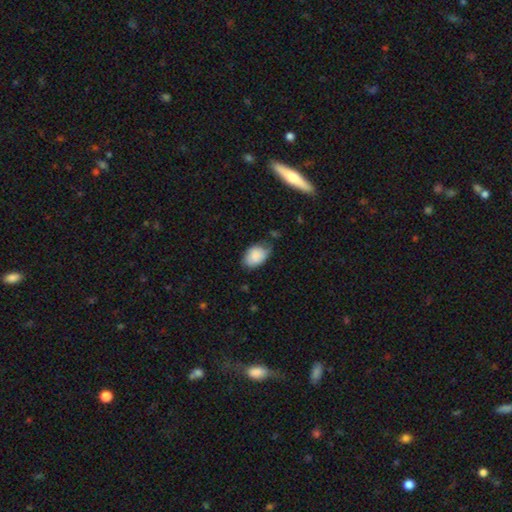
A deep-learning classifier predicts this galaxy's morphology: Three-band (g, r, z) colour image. It shows a smooth galaxy with no disk features (85%) that is in between round and cigar-shaped (84%). Merging: none (58%).